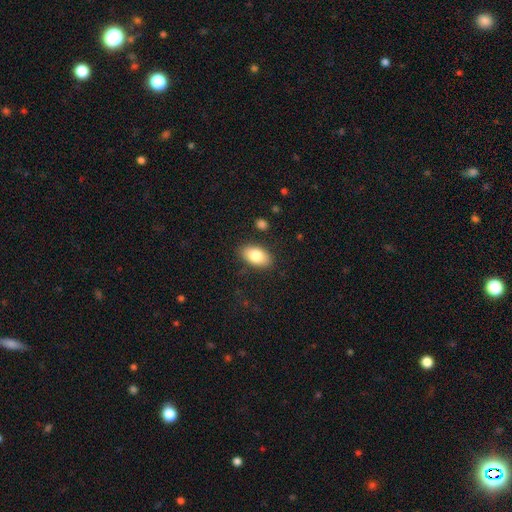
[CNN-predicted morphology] Overall: smooth (83%). How rounded: in between (92%). Merging: none (86%).